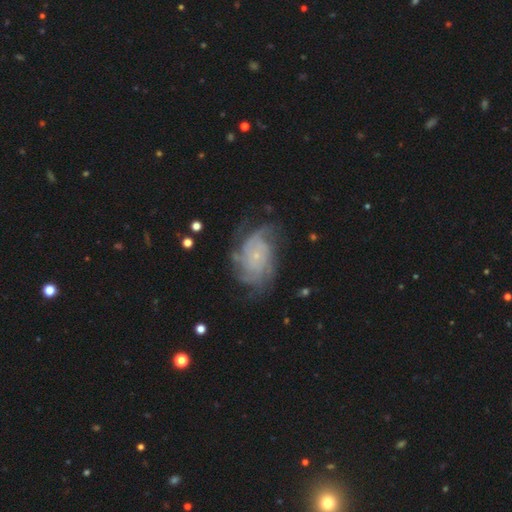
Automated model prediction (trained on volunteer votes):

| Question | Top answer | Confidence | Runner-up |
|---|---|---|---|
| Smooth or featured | featured or disk | 81% | smooth (12%) |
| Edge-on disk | no | 97% | yes (3%) |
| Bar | no | 80% | weak (17%) |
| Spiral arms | yes | 93% | no (7%) |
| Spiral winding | tight | 54% | medium (33%) |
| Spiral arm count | can't tell | 36% | 4 (20%) |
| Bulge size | small | 83% | moderate (9%) |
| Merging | none | 61% | minor disturbance (22%) |